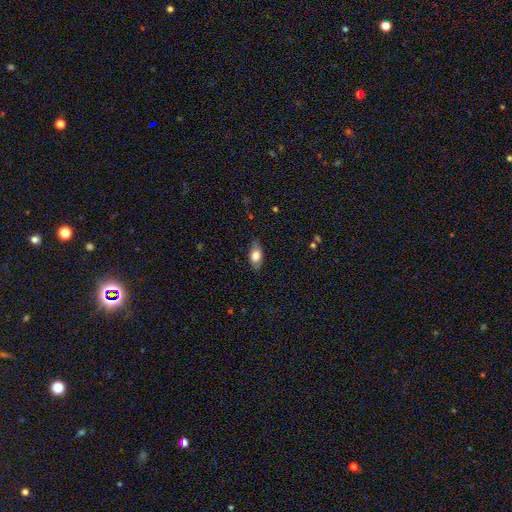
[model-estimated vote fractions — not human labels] Smooth or featured? smooth (75%)
How rounded? in between (87%)
Merging? none (79%)